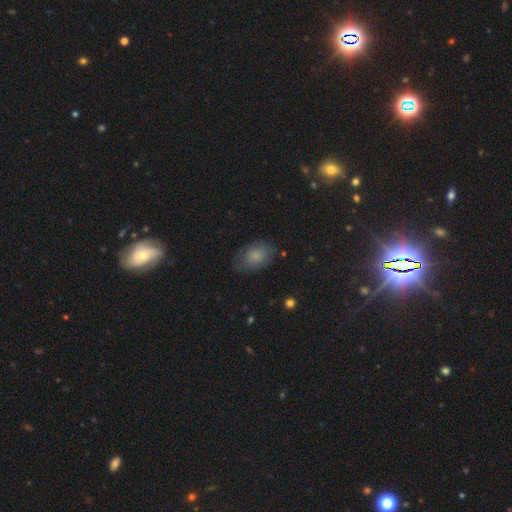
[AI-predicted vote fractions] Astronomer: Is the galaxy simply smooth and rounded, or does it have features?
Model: smooth — 77%.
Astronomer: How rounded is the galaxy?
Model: in between — 85%.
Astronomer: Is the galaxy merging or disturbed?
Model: none — 67%.